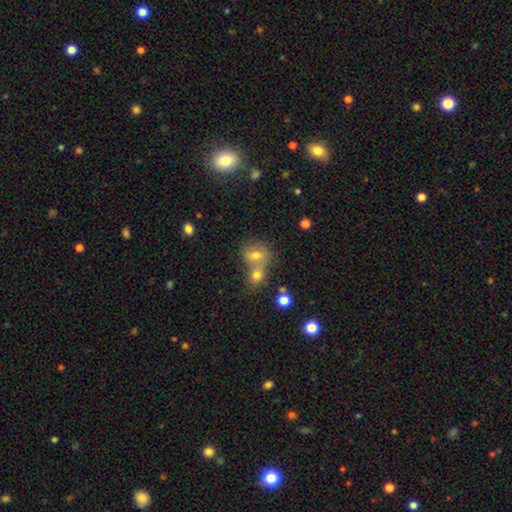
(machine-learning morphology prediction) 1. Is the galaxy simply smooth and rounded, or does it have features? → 57% smooth, 24% star or artifact, 20% featured or disk.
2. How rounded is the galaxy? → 69% round, 29% in between, 2% cigar-shaped.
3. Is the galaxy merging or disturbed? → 49% merger, 40% none, 7% minor disturbance, 4% major disturbance.